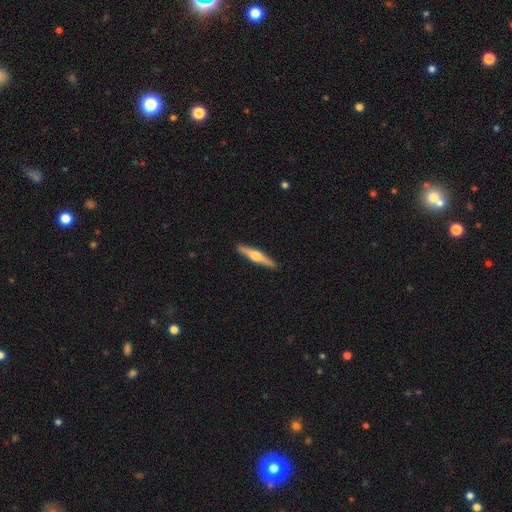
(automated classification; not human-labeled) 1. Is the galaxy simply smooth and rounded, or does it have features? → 65% featured or disk, 30% smooth, 5% star or artifact.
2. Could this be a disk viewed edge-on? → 97% yes, 3% no.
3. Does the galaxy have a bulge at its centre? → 93% rounded, 4% boxy, 3% none.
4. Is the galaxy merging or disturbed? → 91% none, 6% minor disturbance, 1% major disturbance, 1% merger.